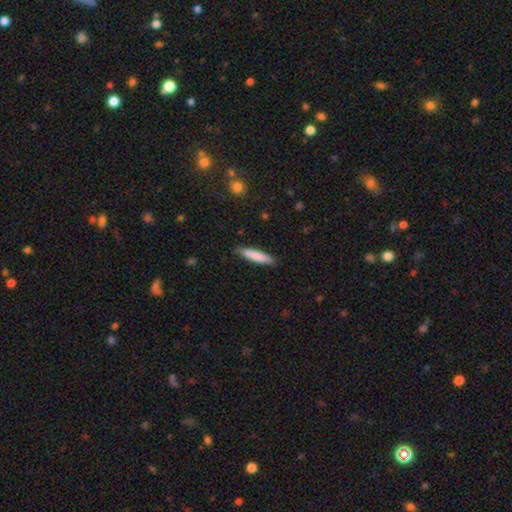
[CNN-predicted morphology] Smooth or featured: smooth — 83% (featured or disk — 12%)
How rounded: cigar-shaped — 86% (in between — 13%)
Merging: none — 88% (minor disturbance — 9%)